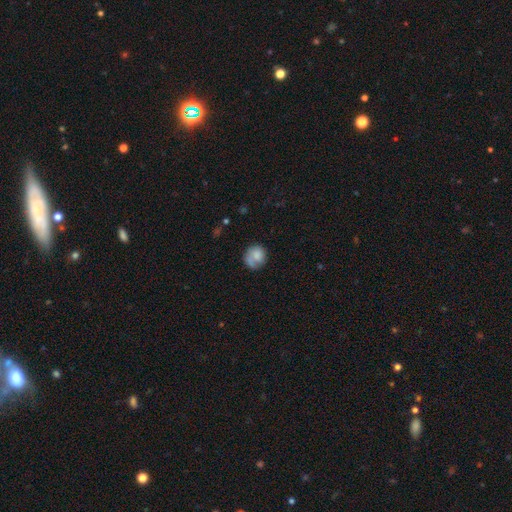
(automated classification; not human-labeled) This appears to be a smooth galaxy with no disk features (67%) that is round (74%). Merging: none (52%).